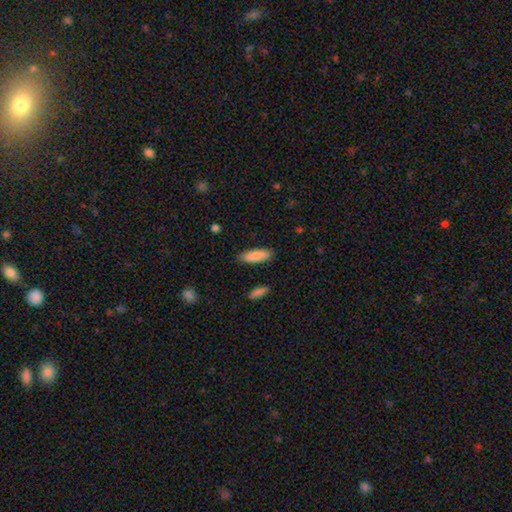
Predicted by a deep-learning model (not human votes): A smooth galaxy with no disk features (85%) that is cigar-shaped (50%).

Vote fractions:
- Smooth or featured? smooth: 85% / featured or disk: 9% / star or artifact: 6%
- How rounded? cigar-shaped: 50% / in between: 49% / round: 2%
- Merging? none: 86% / minor disturbance: 10% / major disturbance: 2% / merger: 2%